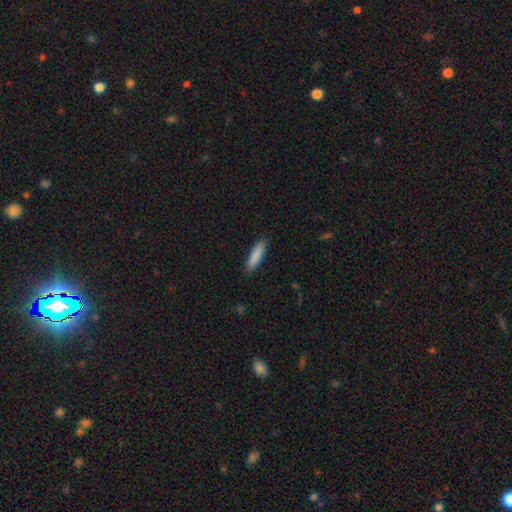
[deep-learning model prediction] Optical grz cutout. It shows a smooth galaxy with no disk features (87%) that is cigar-shaped (74%). Merging: none (88%).